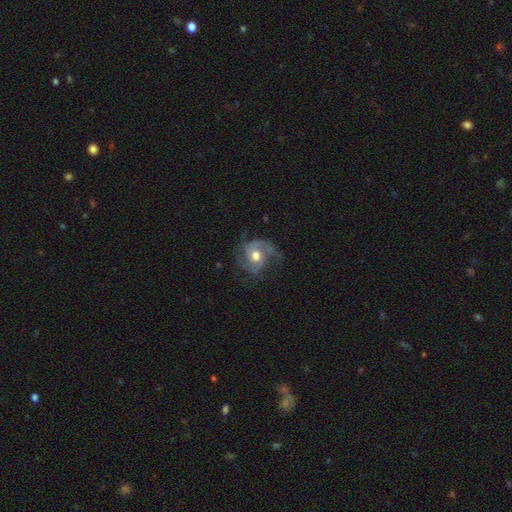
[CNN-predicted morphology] This is likely a featured or disk galaxy (74%). It is clearly not viewed edge-on (97%). Bar: likely no (71%). Spiral arm pattern: clearly yes (91%). Spiral arm count: possibly 2 (48%). Spiral winding: possibly medium (47%). Central bulge: likely moderate (74%). Merging: possibly none (56%).